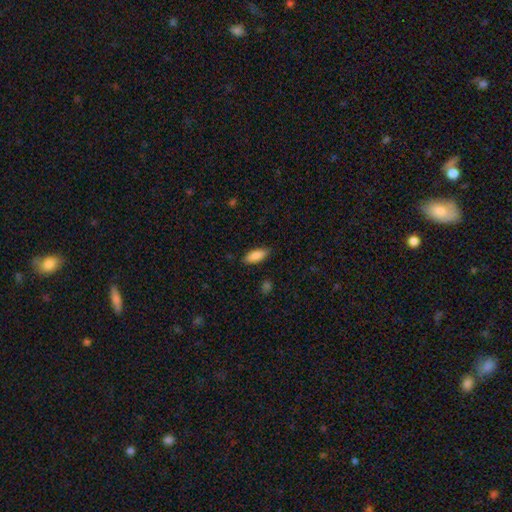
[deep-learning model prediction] The model was most divided on "how rounded": in between: 72%, cigar-shaped: 26%, round: 2%. More confident: smooth or featured — smooth (86%); merging — none (85%).